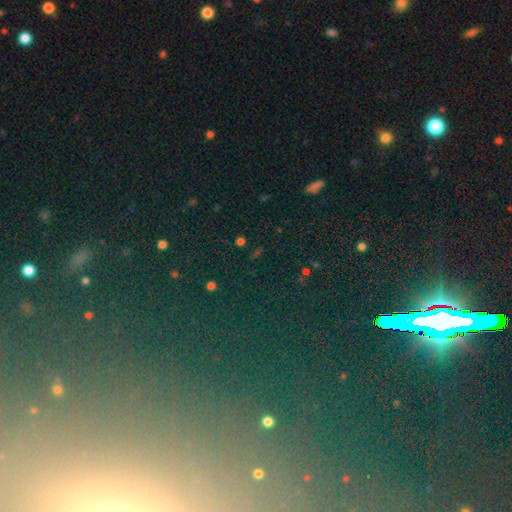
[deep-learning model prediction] The model was most divided on "smooth or featured": star or artifact: 76%, smooth: 13%, featured or disk: 11%.